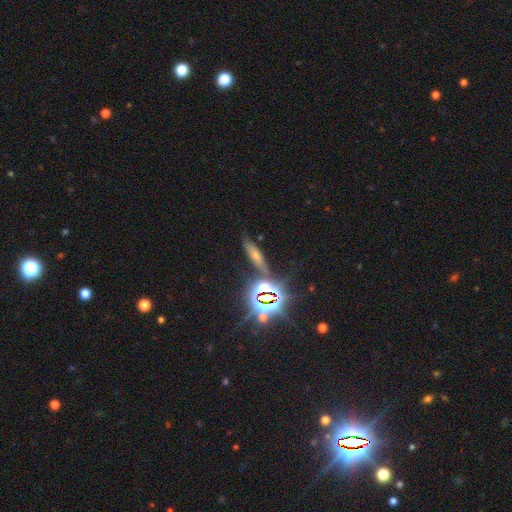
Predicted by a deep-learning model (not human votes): smooth-or-featured: star or artifact: 48% | featured or disk: 28% | smooth: 24%